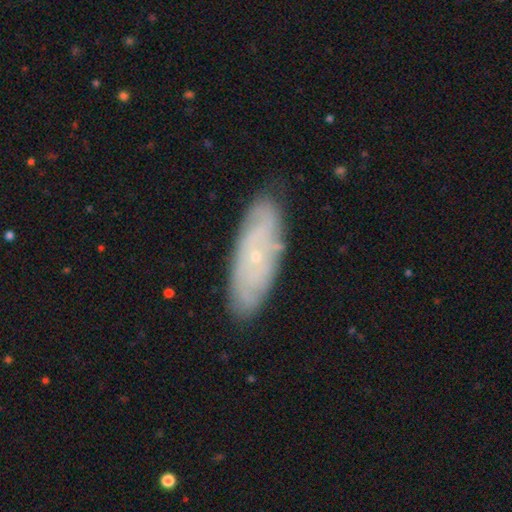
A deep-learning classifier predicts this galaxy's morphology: Smooth or featured: featured or disk — 66% (smooth — 27%)
Edge-on disk: no — 84% (yes — 16%)
Bar: no — 83% (weak — 14%)
Spiral arms: yes — 74% (no — 26%)
Bulge size: small — 86% (moderate — 11%)
Merging: none — 83% (minor disturbance — 12%)